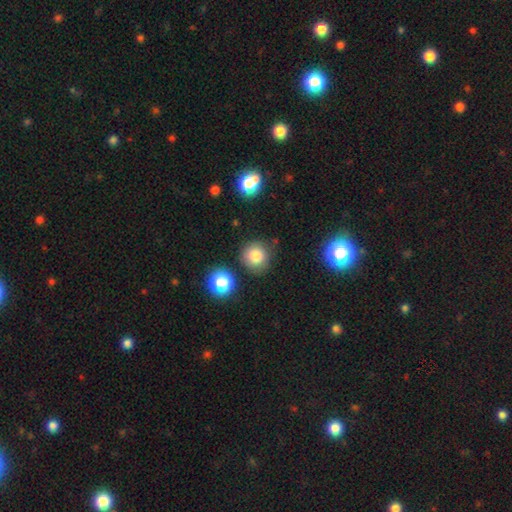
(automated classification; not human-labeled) Overall: smooth (81%). How rounded: round (91%). Merging: none (80%).